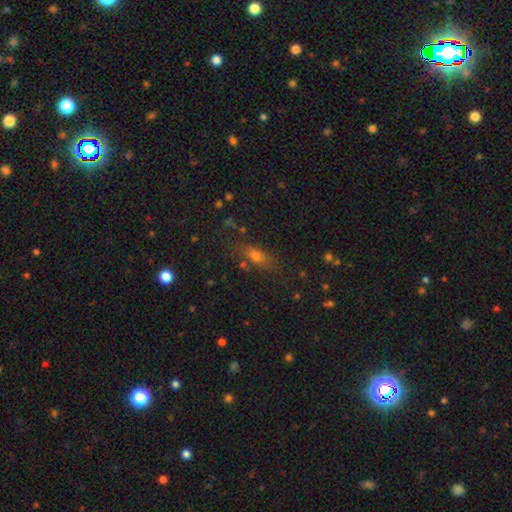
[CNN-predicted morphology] smooth-or-featured: smooth: 62% | star or artifact: 20% | featured or disk: 18%
  how-rounded: in between: 60% | cigar-shaped: 28% | round: 11%
  merging: none: 73% | minor disturbance: 15% | major disturbance: 6% | merger: 6%